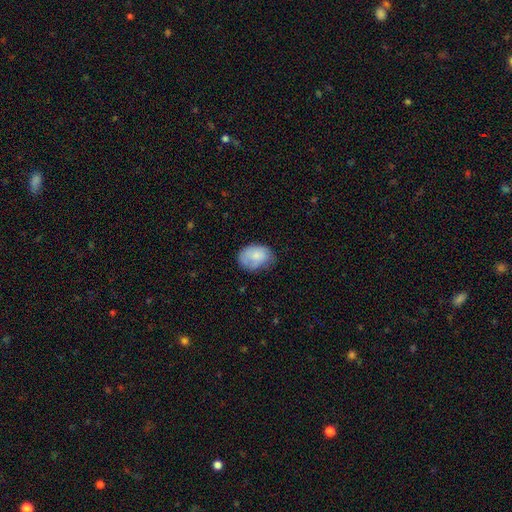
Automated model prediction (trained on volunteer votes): Overall: smooth (76%). How rounded: in between (73%). Merging: none (55%; minor disturbance 33%).